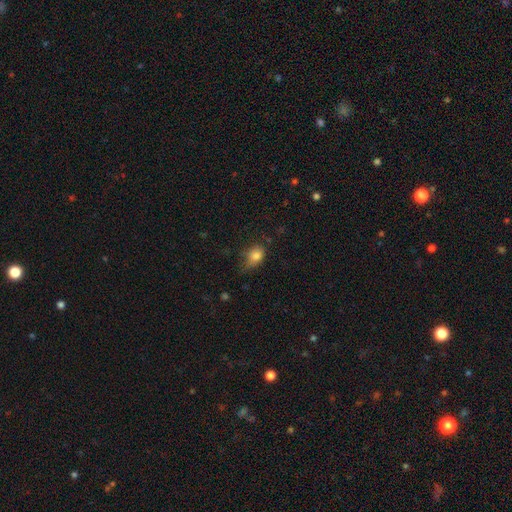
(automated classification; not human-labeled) This appears to be a smooth galaxy with no disk features (80%) that is in between round and cigar-shaped (65%). Merging: none (46%).